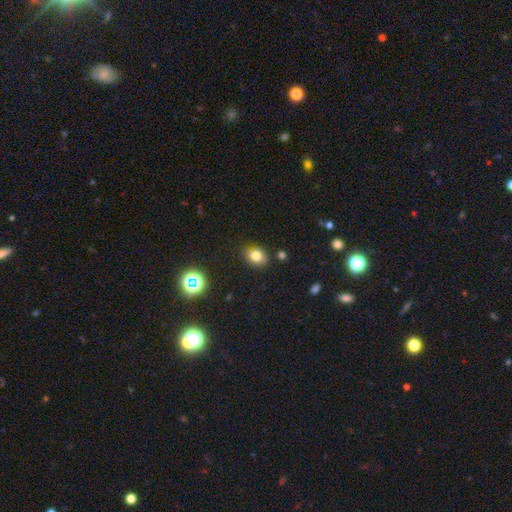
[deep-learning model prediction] A smooth galaxy with no disk features (76%) that is in between round and cigar-shaped (54%).

Vote fractions:
- Smooth or featured? smooth: 76% / star or artifact: 14% / featured or disk: 10%
- How rounded? in between: 54% / round: 45% / cigar-shaped: 1%
- Merging? none: 78% / minor disturbance: 16% / merger: 3% / major disturbance: 3%